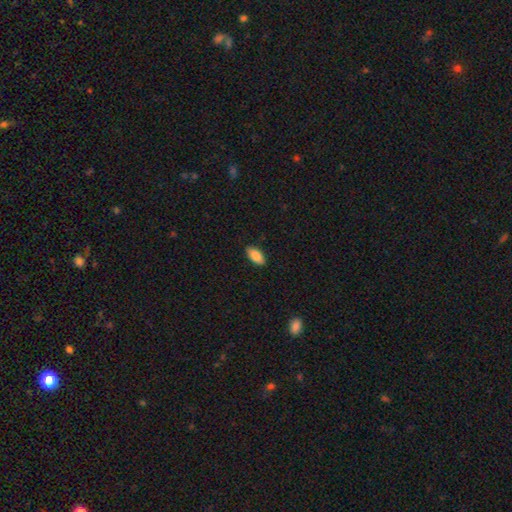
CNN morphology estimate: Smooth or featured? Predicted: smooth (p=0.85). How rounded? Predicted: in between (p=0.91). Merging? Predicted: none (p=0.89).